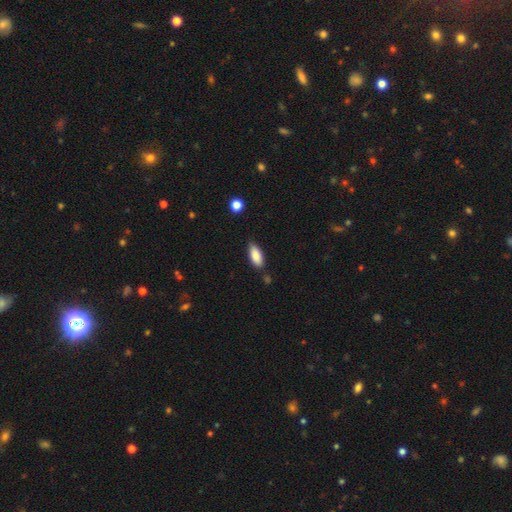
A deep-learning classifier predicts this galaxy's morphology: Smooth or featured? Predicted: smooth (p=0.87). How rounded? Predicted: in between (p=0.83). Merging? Predicted: none (p=0.80).